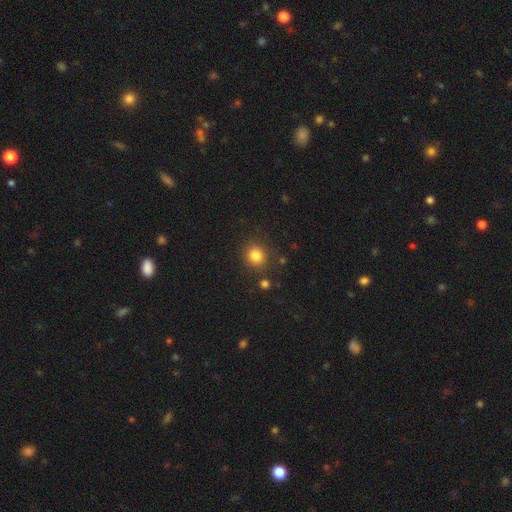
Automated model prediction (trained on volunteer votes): This appears to be a smooth galaxy with no disk features (83%) that is round (83%). Merging: none (83%).